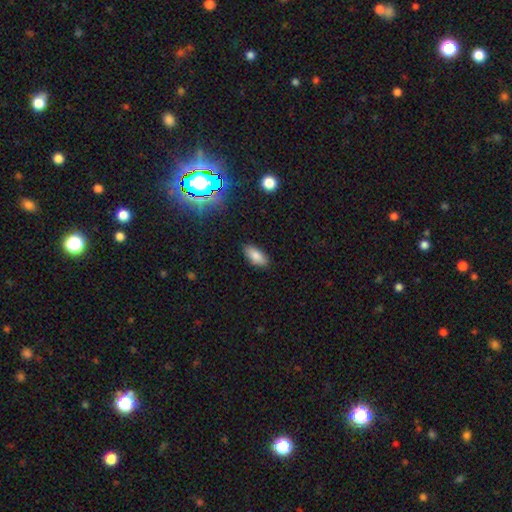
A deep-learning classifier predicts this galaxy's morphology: A smooth galaxy with no disk features (82%) that is in between round and cigar-shaped (86%).

Vote fractions:
- Smooth or featured? smooth: 82% / star or artifact: 9% / featured or disk: 9%
- How rounded? in between: 86% / cigar-shaped: 12% / round: 3%
- Merging? none: 87% / minor disturbance: 10% / major disturbance: 2% / merger: 1%